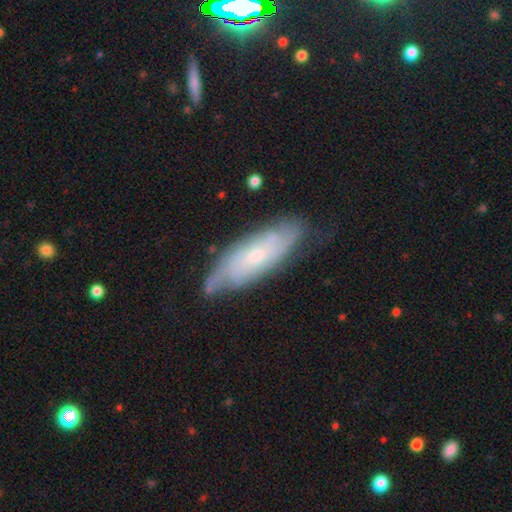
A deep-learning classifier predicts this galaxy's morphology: This is likely a featured or disk galaxy (66%). It is likely not viewed edge-on (80%). Bar: likely no (70%). Spiral arm pattern: clearly yes (86%). Central bulge: possibly small (60%). Merging: likely none (72%).